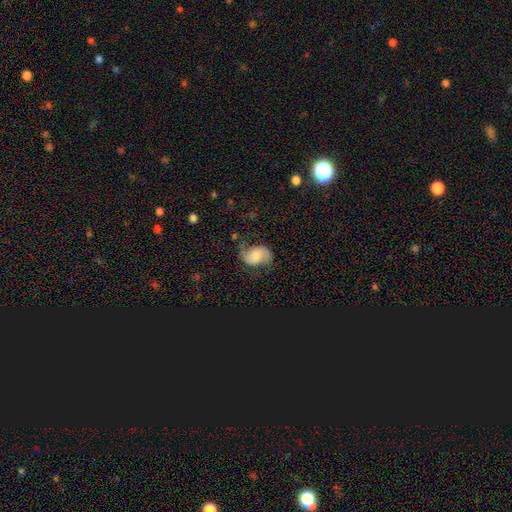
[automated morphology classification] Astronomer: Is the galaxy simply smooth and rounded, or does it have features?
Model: featured or disk — 75%.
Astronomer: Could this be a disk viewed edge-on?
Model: no — 98%.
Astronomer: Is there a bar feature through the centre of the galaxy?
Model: no — 57% (runner-up: weak, 35%).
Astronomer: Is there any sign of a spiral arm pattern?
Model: yes — 95%.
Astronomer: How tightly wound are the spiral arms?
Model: loose — 49% (runner-up: medium, 39%).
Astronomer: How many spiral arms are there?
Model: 2 — 90%.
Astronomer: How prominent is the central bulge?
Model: moderate — 42% (runner-up: small, 30%).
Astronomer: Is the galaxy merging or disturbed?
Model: none — 65%.